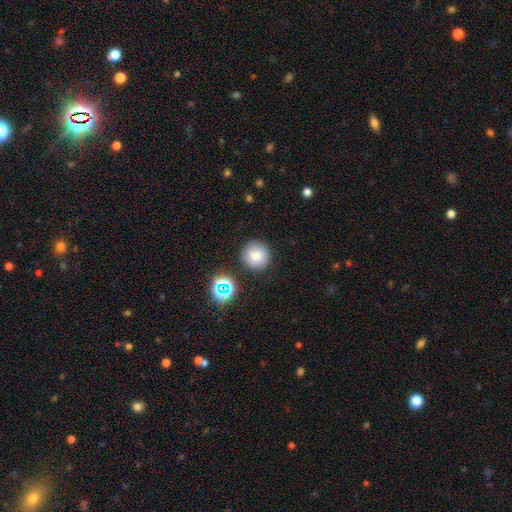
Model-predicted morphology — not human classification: Smooth or featured? smooth (74%)
How rounded? round (95%)
Merging? none (86%)